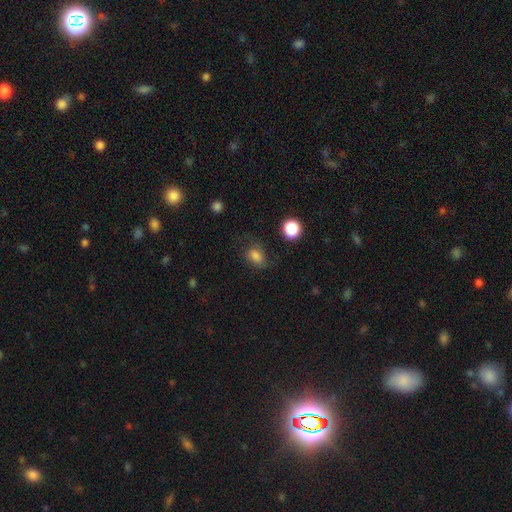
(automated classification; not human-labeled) smooth-or-featured: smooth: 77% | star or artifact: 12% | featured or disk: 11%
  how-rounded: in between: 66% | round: 32% | cigar-shaped: 1%
  merging: none: 59% | minor disturbance: 24% | major disturbance: 14% | merger: 3%